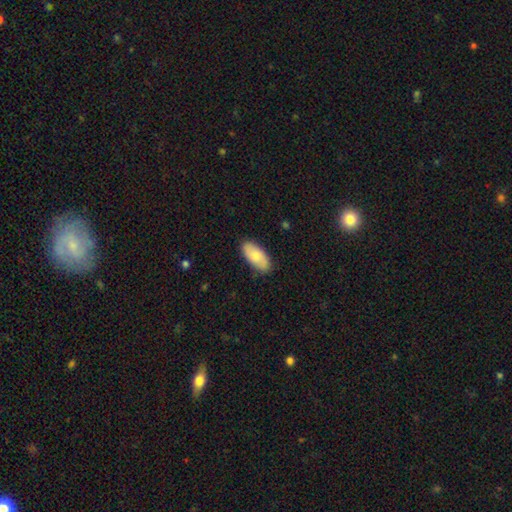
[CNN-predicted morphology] smooth 74%, featured or disk 21%, star or artifact 6%. Down the decision tree: how rounded — in between (91%); merging — none (85%).